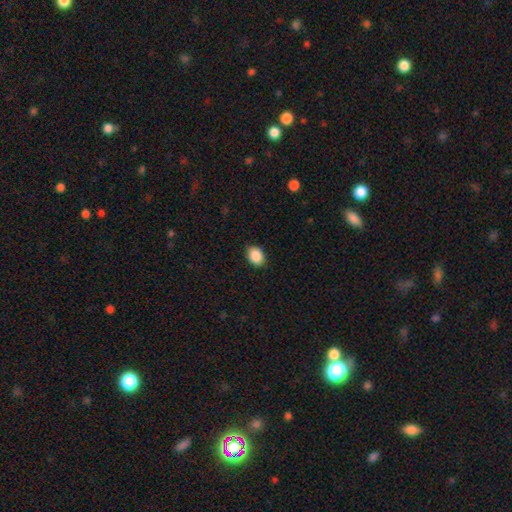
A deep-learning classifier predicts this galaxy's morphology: smooth 88%, star or artifact 8%, featured or disk 4%. Down the decision tree: how rounded — in between (72%); merging — none (87%).